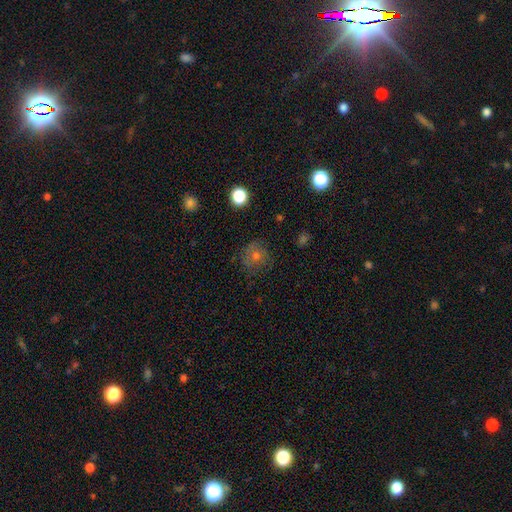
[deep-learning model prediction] smooth_or_featured: smooth (p=0.49) [alt: featured or disk p=0.28]
merging: none (p=0.76) [alt: minor disturbance p=0.15]